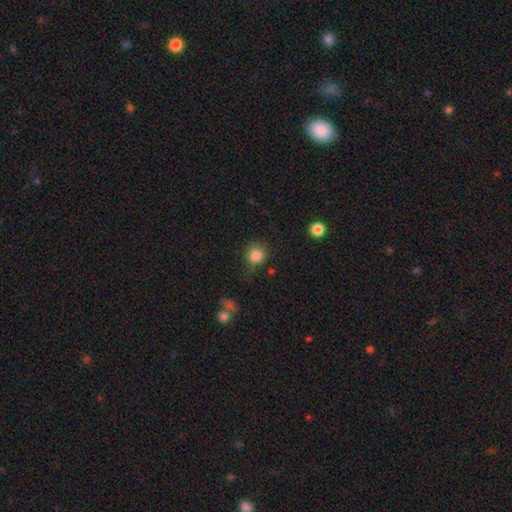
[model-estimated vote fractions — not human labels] smooth-or-featured: smooth: 84% | star or artifact: 11% | featured or disk: 5%
  how-rounded: round: 88% | in between: 11% | cigar-shaped: 1%
  merging: none: 72% | minor disturbance: 19% | major disturbance: 6% | merger: 3%